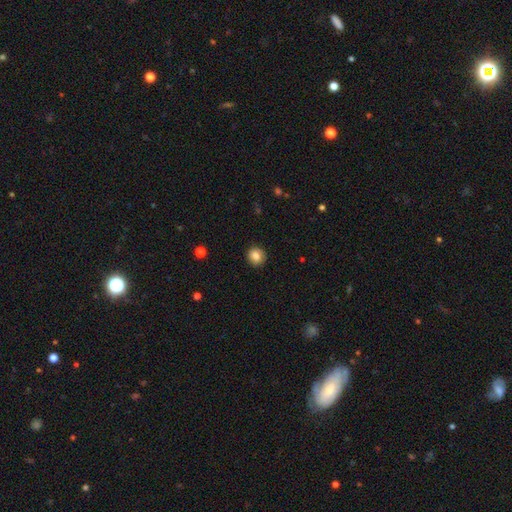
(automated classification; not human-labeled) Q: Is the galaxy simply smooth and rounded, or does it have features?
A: smooth — 82%.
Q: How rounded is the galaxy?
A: round — 89%.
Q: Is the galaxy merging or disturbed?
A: none — 89%.